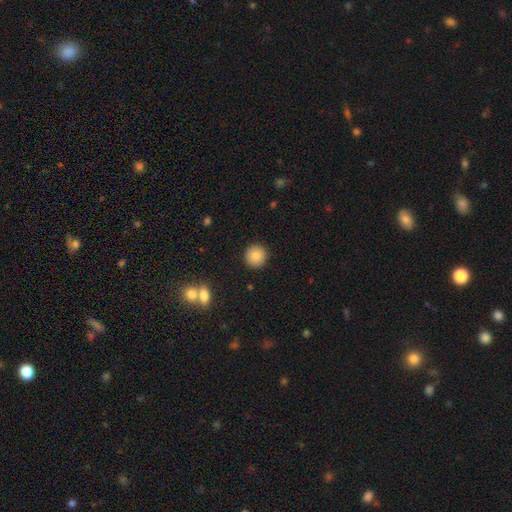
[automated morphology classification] This is clearly a smooth galaxy (83%). How rounded: clearly round (95%). Merging: clearly none (92%).